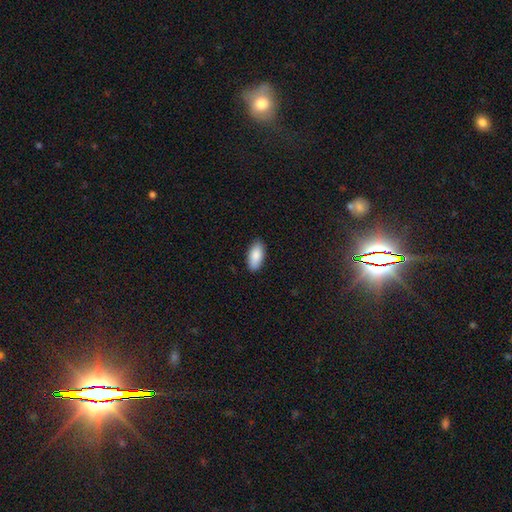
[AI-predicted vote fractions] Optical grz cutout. It shows a smooth galaxy with no disk features (88%) that is in between round and cigar-shaped (91%). Merging: none (88%).